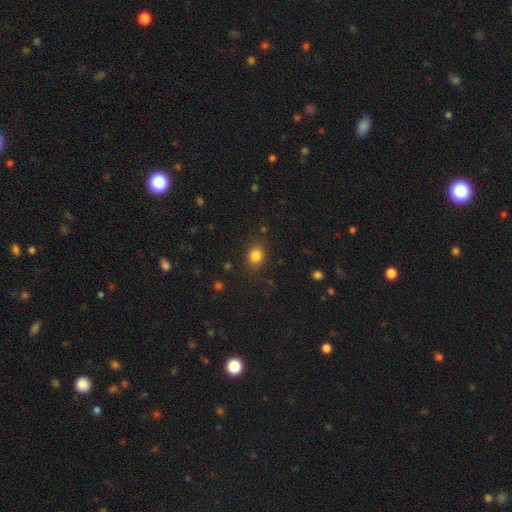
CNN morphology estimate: Q: Smooth or featured?
A: smooth (83%); runner-up: star or artifact (11%)
Q: How rounded?
A: in between (51%); runner-up: round (48%)
Q: Merging?
A: none (83%); runner-up: minor disturbance (11%)